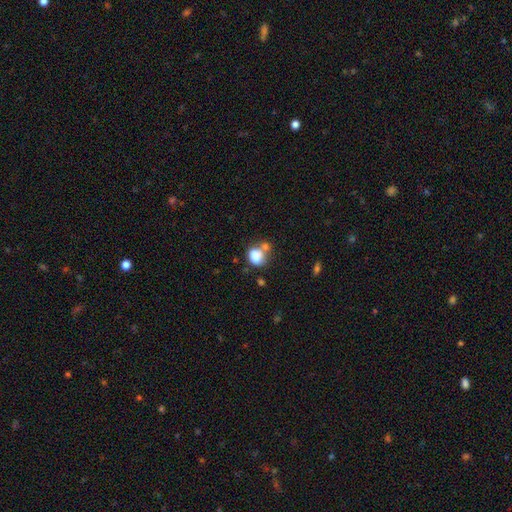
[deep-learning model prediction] smooth 80%, star or artifact 10%, featured or disk 10%. Down the decision tree: how rounded — in between (51%); merging — merger (38%).